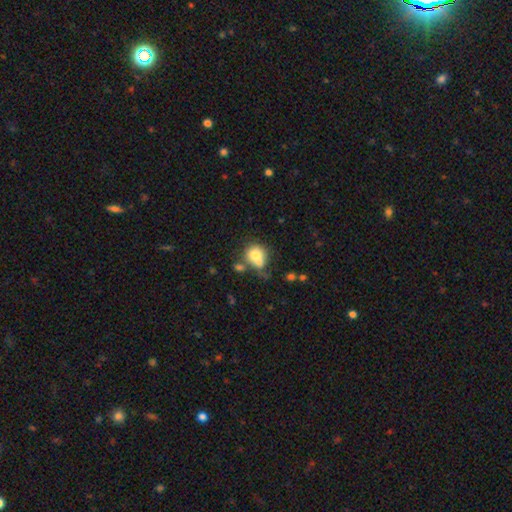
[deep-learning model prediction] Q: Smooth or featured?
A: smooth (75%); runner-up: featured or disk (15%)
Q: How rounded?
A: round (66%); runner-up: in between (33%)
Q: Merging?
A: none (37%); runner-up: merger (32%)